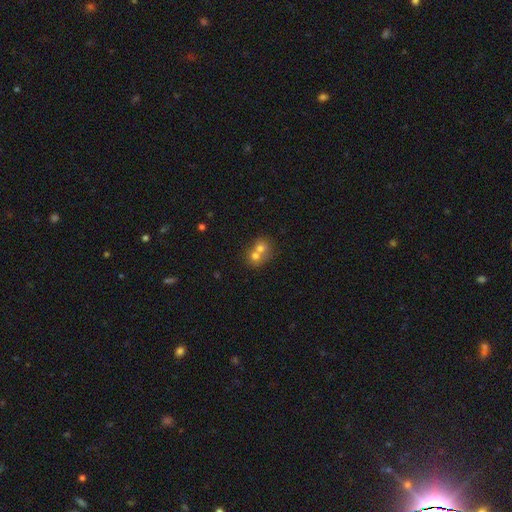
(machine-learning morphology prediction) Smooth or featured? smooth (67%)
How rounded? round (73%)
Merging? merger (68%)